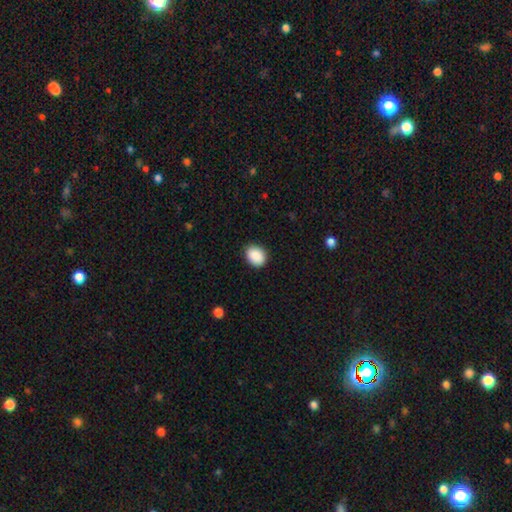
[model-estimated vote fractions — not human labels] smooth-or-featured: smooth: 90% | star or artifact: 7% | featured or disk: 3%
  how-rounded: in between: 53% | round: 47% | cigar-shaped: 1%
  merging: none: 87% | minor disturbance: 10% | major disturbance: 2% | merger: 1%